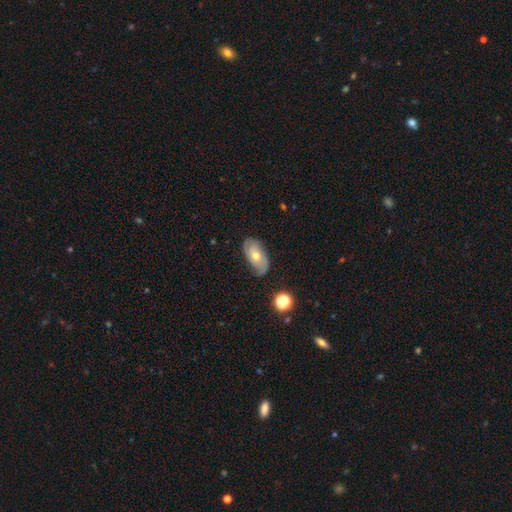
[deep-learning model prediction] Smooth or featured?
  - featured or disk: 50% *
  - smooth: 40%
  - star or artifact: 9%
Edge-on disk?
  - no: 89% *
  - yes: 11%
Merging?
  - none: 72% *
  - minor disturbance: 21%
  - major disturbance: 5%
  - merger: 2%